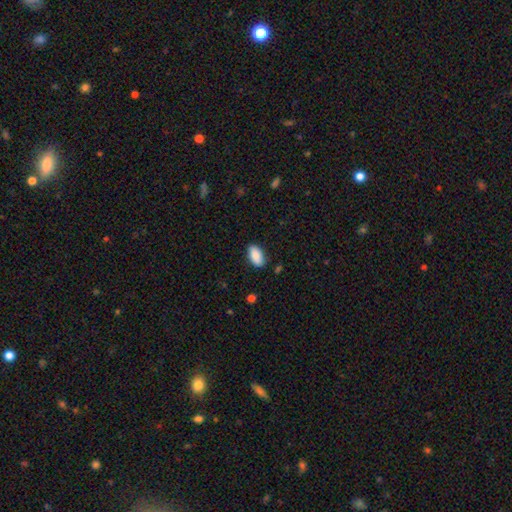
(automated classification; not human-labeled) Overall: smooth (87%). How rounded: in between (94%). Merging: none (86%).